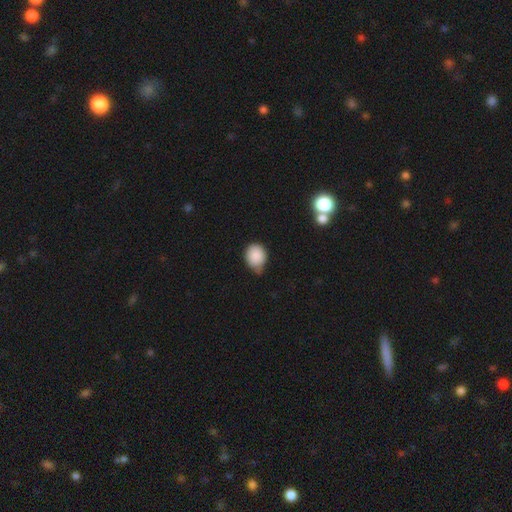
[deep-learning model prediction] This is clearly a smooth galaxy (87%). How rounded: likely round (71%). Merging: possibly none (49%).